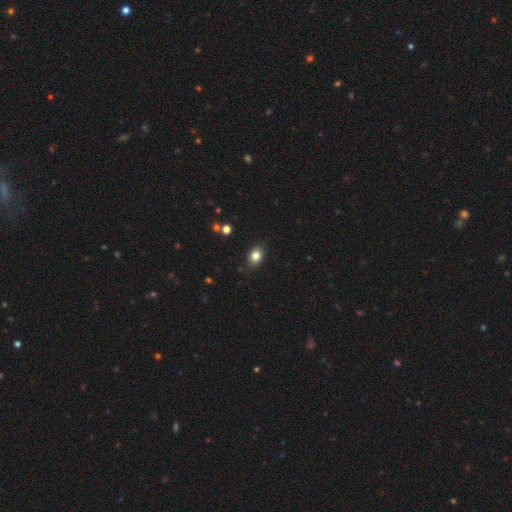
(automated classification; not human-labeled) This is clearly a smooth galaxy (82%). How rounded: likely in between (63%). Merging: clearly none (86%).